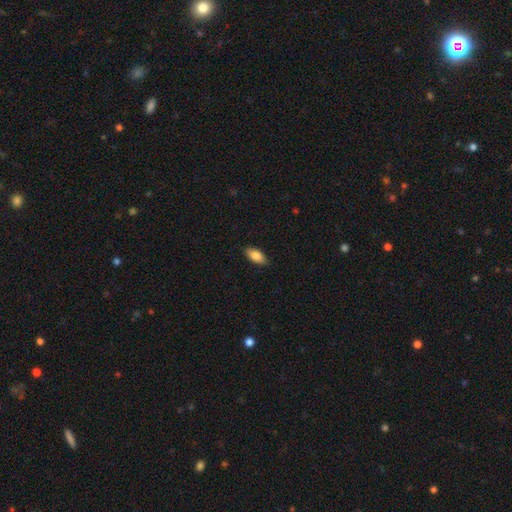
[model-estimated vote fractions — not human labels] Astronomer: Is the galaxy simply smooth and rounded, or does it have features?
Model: smooth — 82%.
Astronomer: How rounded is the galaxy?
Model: in between — 89%.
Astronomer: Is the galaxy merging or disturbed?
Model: none — 88%.